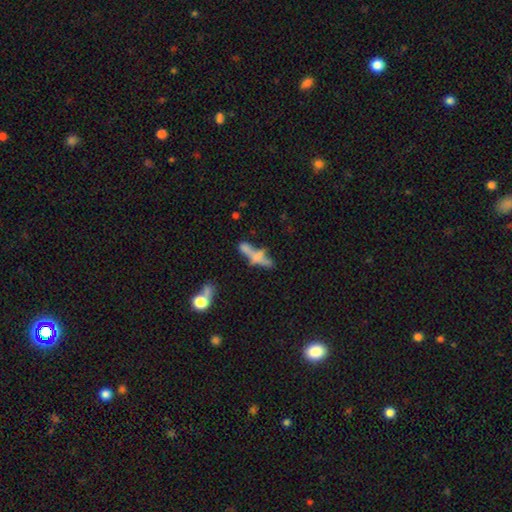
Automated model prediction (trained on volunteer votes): Q: Smooth or featured?
A: smooth (45%); runner-up: featured or disk (42%)
Q: Merging?
A: none (37%); runner-up: merger (34%)